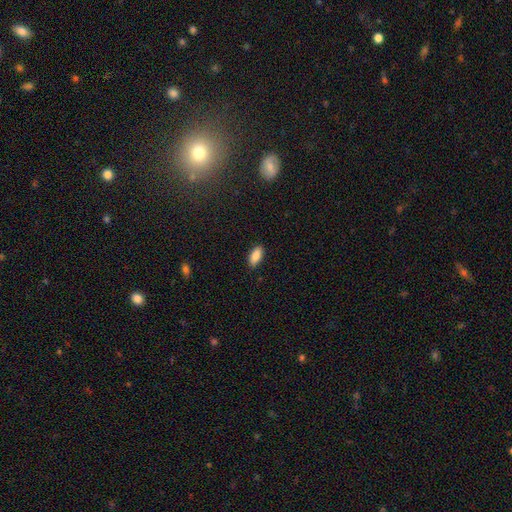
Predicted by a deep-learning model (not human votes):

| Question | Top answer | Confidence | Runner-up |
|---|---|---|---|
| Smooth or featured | smooth | 88% | star or artifact (7%) |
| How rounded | in between | 88% | cigar-shaped (9%) |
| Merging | none | 88% | minor disturbance (9%) |